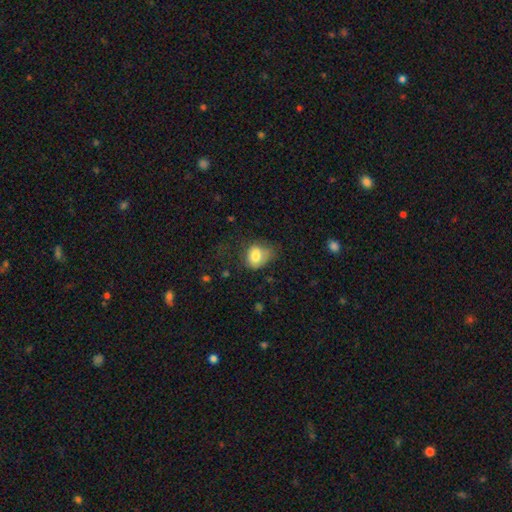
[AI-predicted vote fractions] Q: Smooth or featured?
A: smooth (77%); runner-up: featured or disk (14%)
Q: How rounded?
A: in between (61%); runner-up: round (38%)
Q: Merging?
A: none (39%); runner-up: minor disturbance (33%)